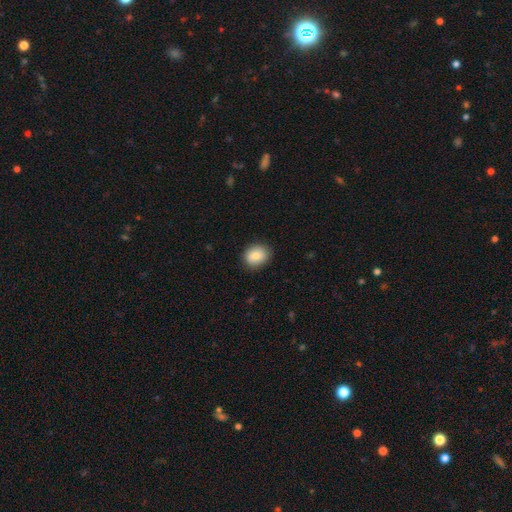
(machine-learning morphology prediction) Smooth or featured: smooth — 84% (featured or disk — 9%)
How rounded: round — 57% (in between — 42%)
Merging: none — 86% (minor disturbance — 10%)